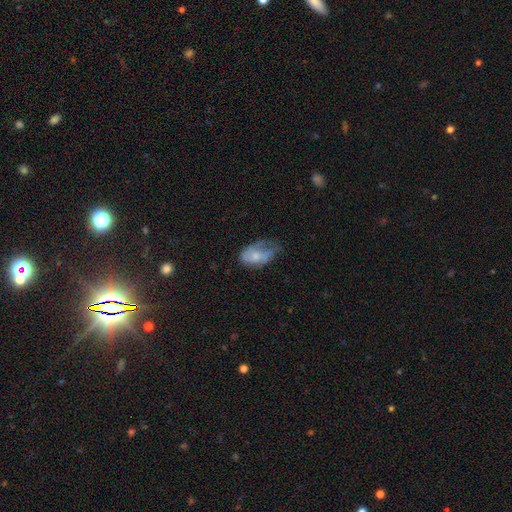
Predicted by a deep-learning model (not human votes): The model was most divided on "merging" (2-way tie): minor disturbance: 34%, major disturbance: 34%, none: 30%, merger: 3%. Remaining: smooth or featured — smooth (48%).